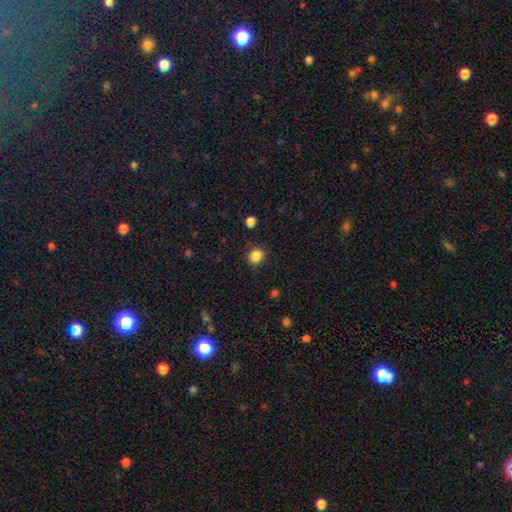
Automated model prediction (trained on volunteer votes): Q: Smooth or featured?
A: smooth (86%); runner-up: star or artifact (11%)
Q: How rounded?
A: round (86%); runner-up: in between (14%)
Q: Merging?
A: none (84%); runner-up: minor disturbance (11%)